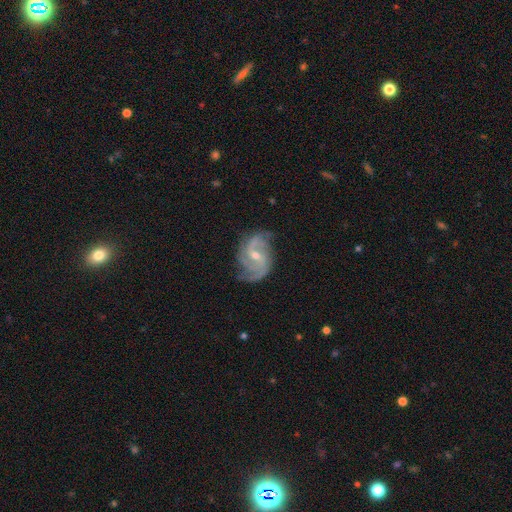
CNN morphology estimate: Q: Smooth or featured?
A: featured or disk (89%); runner-up: smooth (6%)
Q: Edge-on disk?
A: no (98%); runner-up: yes (2%)
Q: Bar?
A: weak (51%); runner-up: no (34%)
Q: Spiral arms?
A: yes (97%); runner-up: no (3%)
Q: Spiral winding?
A: medium (50%); runner-up: loose (25%)
Q: Spiral arm count?
A: 2 (52%); runner-up: 3 (25%)
Q: Bulge size?
A: small (51%); runner-up: moderate (46%)
Q: Merging?
A: none (68%); runner-up: minor disturbance (22%)